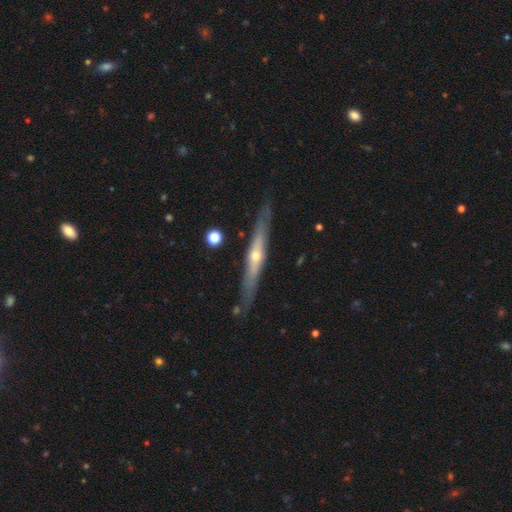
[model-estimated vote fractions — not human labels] Smooth or featured? featured or disk (72%)
Edge-on disk? yes (90%)
Edge-on bulge? rounded (77%)
Merging? none (85%)